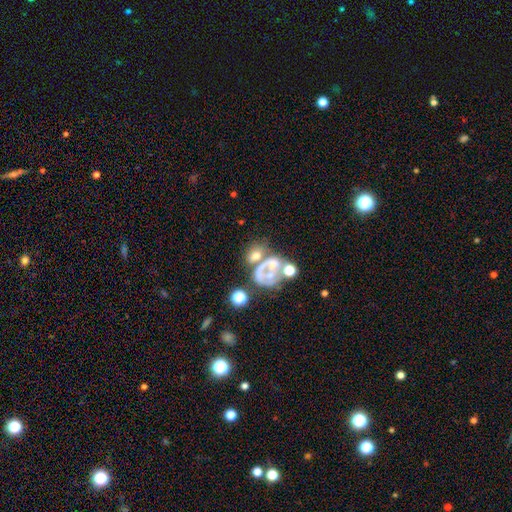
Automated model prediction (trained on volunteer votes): featured or disk 45%, smooth 35%, star or artifact 20%. Down the decision tree: merging — merger (43%).